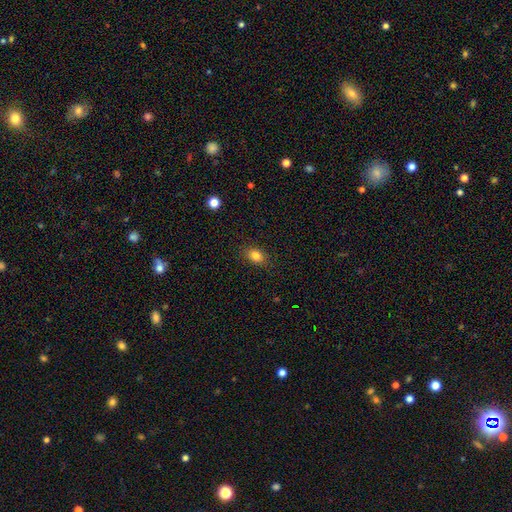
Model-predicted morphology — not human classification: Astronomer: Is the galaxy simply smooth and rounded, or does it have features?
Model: smooth — 83%.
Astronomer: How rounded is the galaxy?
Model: in between — 74%.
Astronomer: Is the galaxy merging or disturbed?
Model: none — 87%.